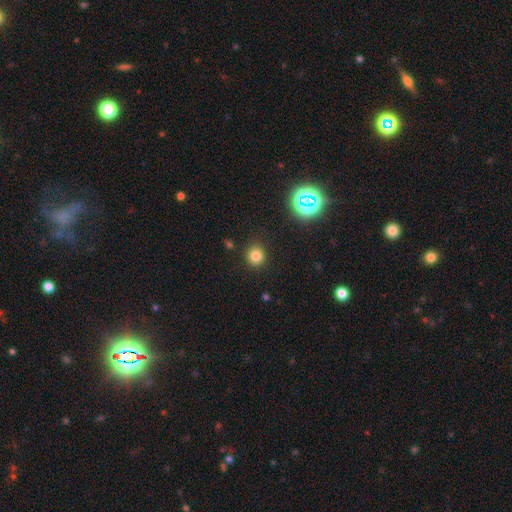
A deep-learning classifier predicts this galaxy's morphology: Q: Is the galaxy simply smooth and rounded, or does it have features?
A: smooth — 78%.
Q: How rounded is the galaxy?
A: round — 87%.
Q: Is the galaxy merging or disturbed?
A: none — 88%.